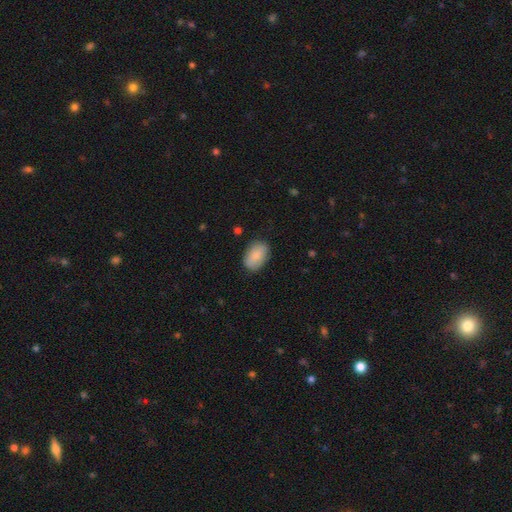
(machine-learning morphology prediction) This appears to be a smooth galaxy with no disk features (83%) that is in between round and cigar-shaped (88%). Merging: none (82%).